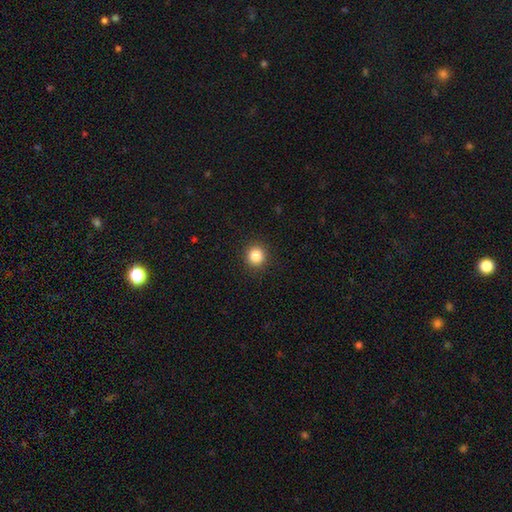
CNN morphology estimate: Overall: smooth (85%). How rounded: round (93%). Merging: none (92%).